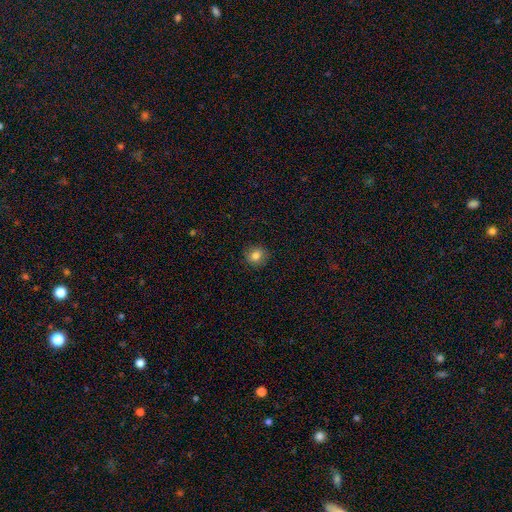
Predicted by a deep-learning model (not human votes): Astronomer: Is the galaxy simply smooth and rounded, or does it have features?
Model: smooth — 81%.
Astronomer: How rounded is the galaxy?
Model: round — 86%.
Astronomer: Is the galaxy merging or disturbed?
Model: none — 89%.